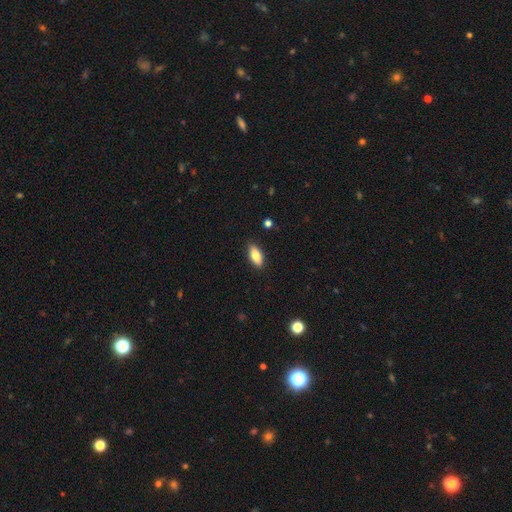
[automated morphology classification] Smooth or featured: smooth — 78% (featured or disk — 15%)
How rounded: in between — 82% (cigar-shaped — 15%)
Merging: none — 89% (minor disturbance — 8%)